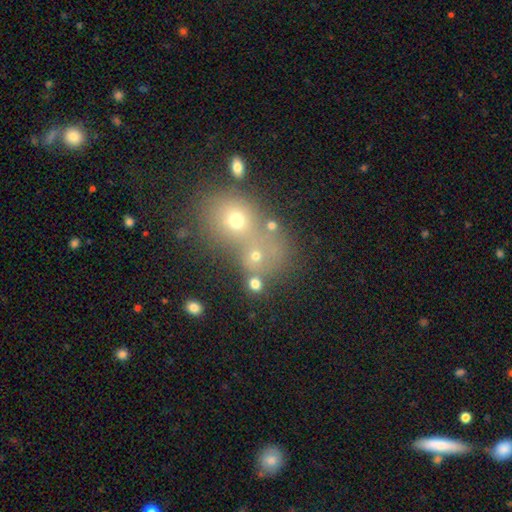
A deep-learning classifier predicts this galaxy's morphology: This is possibly a smooth galaxy (49%). Merging: possibly merger (50%).